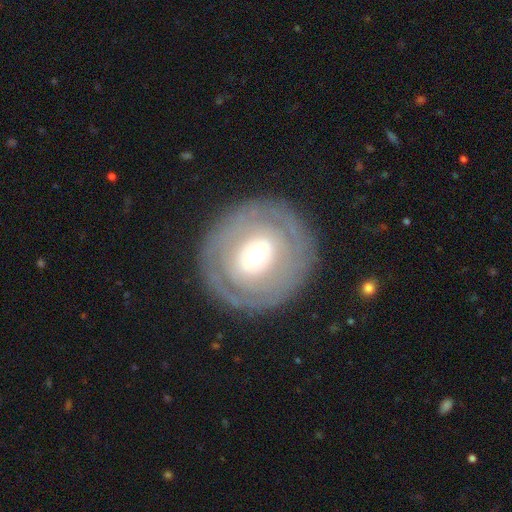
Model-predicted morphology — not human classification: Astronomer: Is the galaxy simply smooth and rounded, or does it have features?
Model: featured or disk — 59%.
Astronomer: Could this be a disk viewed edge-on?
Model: no — 94%.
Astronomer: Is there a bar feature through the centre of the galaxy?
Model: no — 56%.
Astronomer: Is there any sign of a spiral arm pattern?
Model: no — 60% (runner-up: yes, 40%).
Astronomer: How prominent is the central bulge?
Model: moderate — 60%.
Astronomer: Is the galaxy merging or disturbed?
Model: none — 83%.